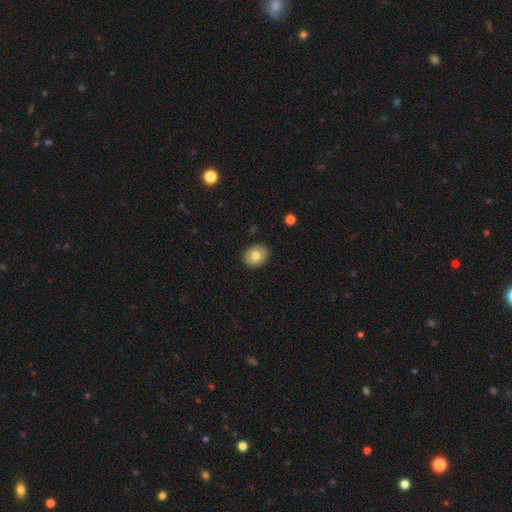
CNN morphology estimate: The model was most divided on "how rounded": round: 55%, in between: 45%, cigar-shaped: 1%. More confident: merging — none (90%); smooth or featured — smooth (76%).